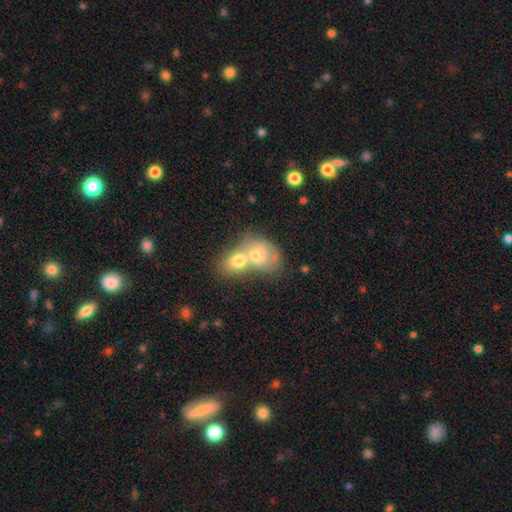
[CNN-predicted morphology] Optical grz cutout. It shows a smooth galaxy with no disk features (61%) that is in between round and cigar-shaped (58%). Merging: merger (73%).